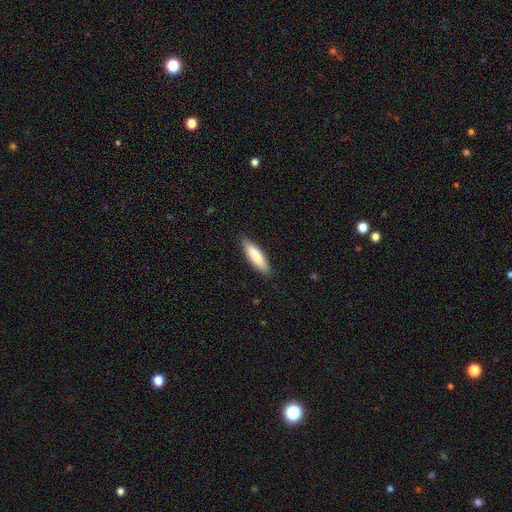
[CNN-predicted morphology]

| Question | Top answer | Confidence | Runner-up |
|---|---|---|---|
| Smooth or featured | smooth | 83% | featured or disk (12%) |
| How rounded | cigar-shaped | 67% | in between (32%) |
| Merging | none | 88% | minor disturbance (10%) |